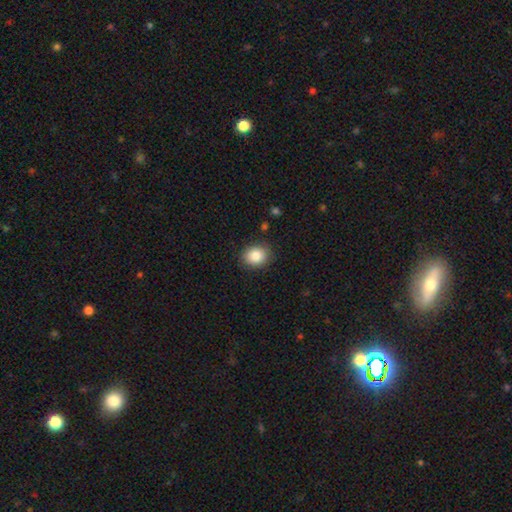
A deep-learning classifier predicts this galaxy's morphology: Smooth or featured? Predicted: smooth (p=0.85). How rounded? Predicted: round (p=0.58). Merging? Predicted: none (p=0.87).